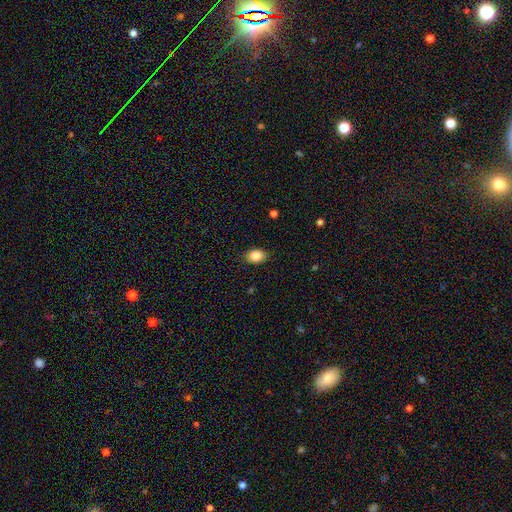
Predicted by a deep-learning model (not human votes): Morphology: type=smooth (87%); roundness=in between (74%); merging=none (86%).